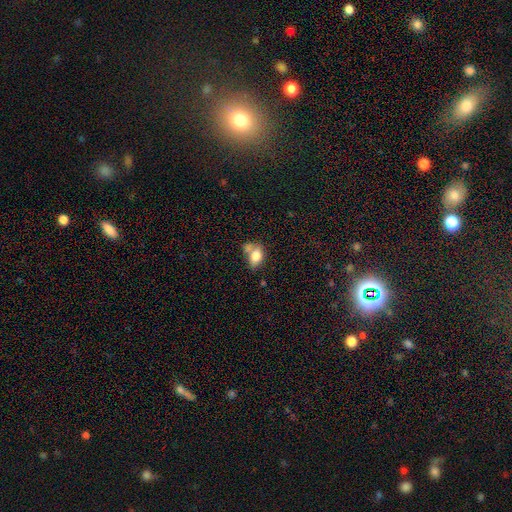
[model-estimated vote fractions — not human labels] Morphology: type=smooth (78%); roundness=in between (83%); merging=merger (38%).